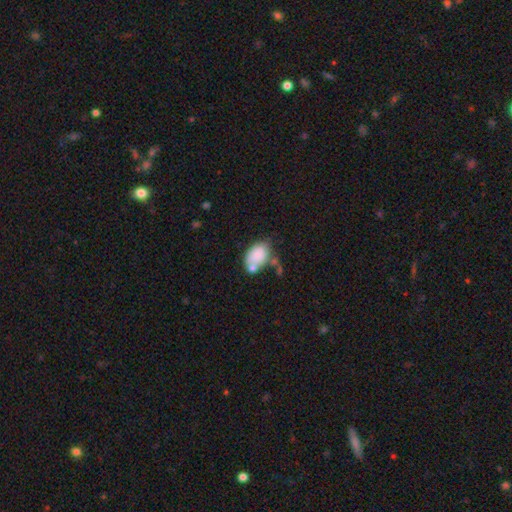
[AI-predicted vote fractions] smooth 81%, featured or disk 11%, star or artifact 8%. Down the decision tree: how rounded — in between (87%); merging — none (45%).